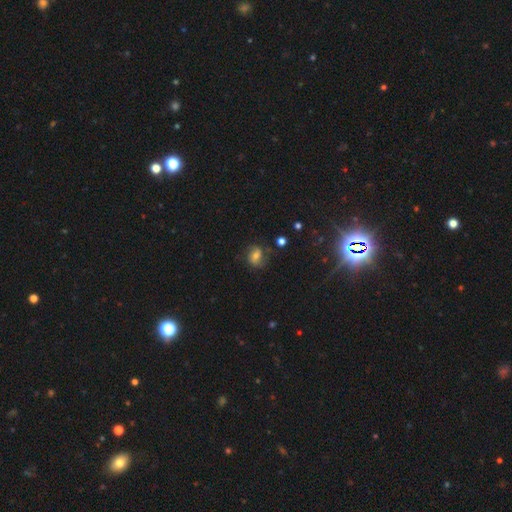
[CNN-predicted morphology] Overall: smooth (55%; featured or disk 30%). How rounded: round (52%; in between 47%). Merging: none (67%).